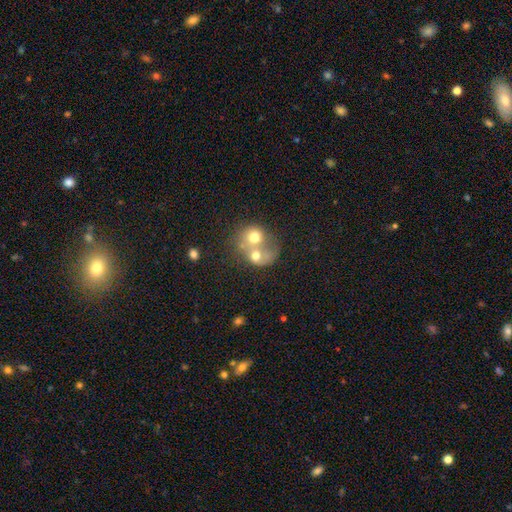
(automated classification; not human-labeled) A smooth galaxy with no disk features (59%) that is round (62%). Merging: merger (77%).